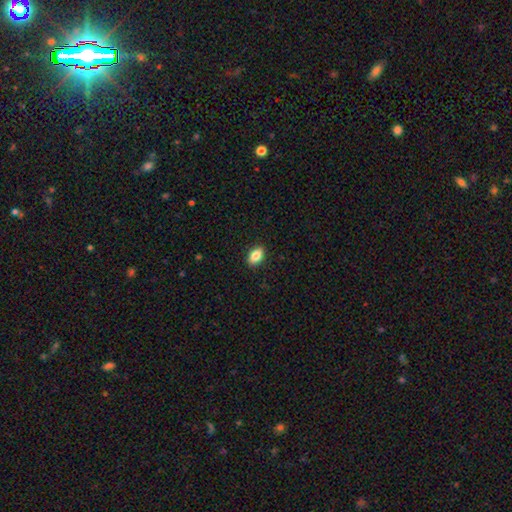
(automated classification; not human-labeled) Smooth or featured? smooth (84%)
How rounded? in between (90%)
Merging? none (90%)